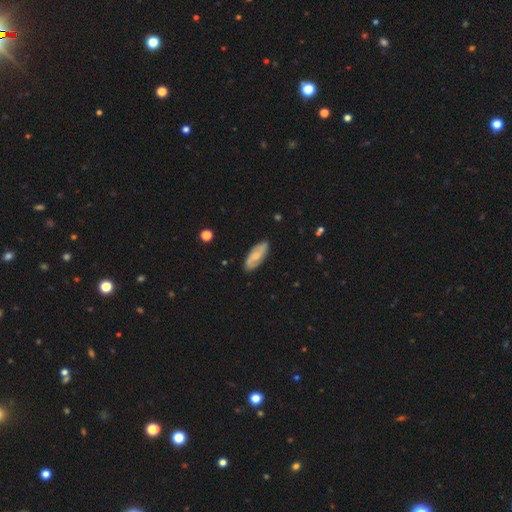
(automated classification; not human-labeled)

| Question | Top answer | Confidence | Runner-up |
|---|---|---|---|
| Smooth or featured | featured or disk | 54% | smooth (41%) |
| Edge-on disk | no | 89% | yes (11%) |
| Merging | none | 84% | minor disturbance (12%) |